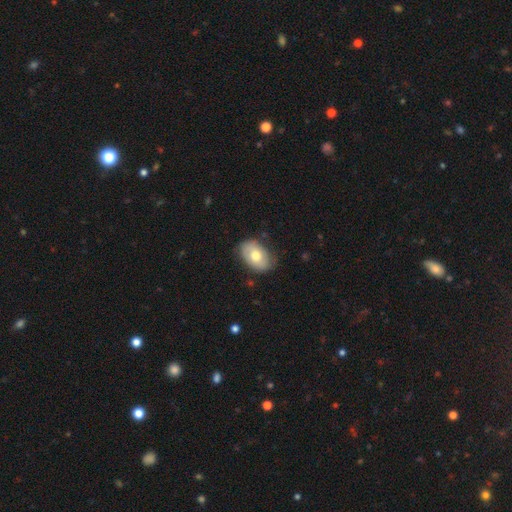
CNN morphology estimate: smooth_or_featured: smooth (p=0.65) [alt: featured or disk p=0.28]
how_rounded: in between (p=0.85) [alt: round p=0.14]
merging: none (p=0.75) [alt: minor disturbance p=0.19]